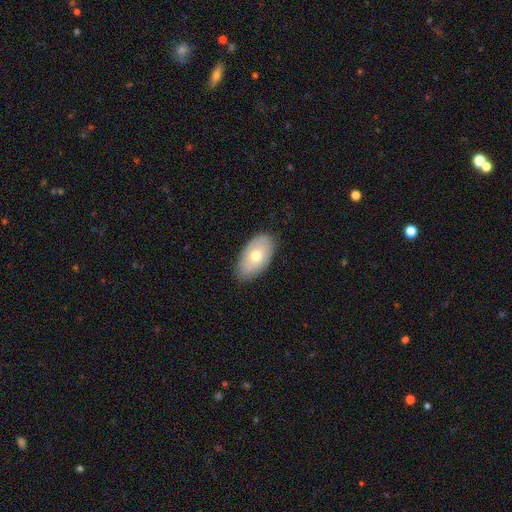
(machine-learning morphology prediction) A smooth galaxy with no disk features (63%) that is in between round and cigar-shaped (93%). Merging: none (82%).